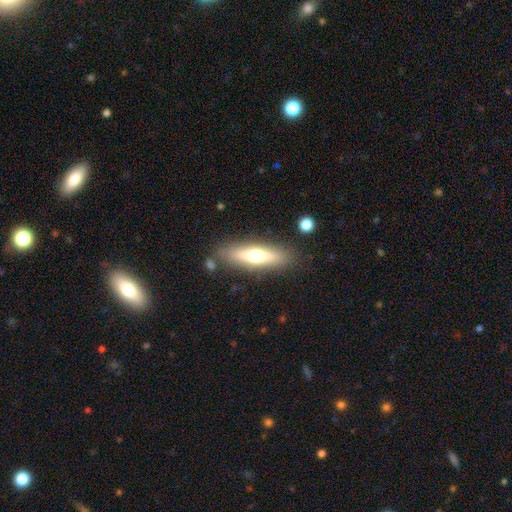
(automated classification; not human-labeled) A smooth galaxy with no disk features (51%) that is cigar-shaped (67%).

Vote fractions:
- Smooth or featured? smooth: 51% / featured or disk: 43% / star or artifact: 7%
- How rounded? cigar-shaped: 67% / in between: 31% / round: 2%
- Merging? none: 84% / minor disturbance: 10% / major disturbance: 3% / merger: 3%